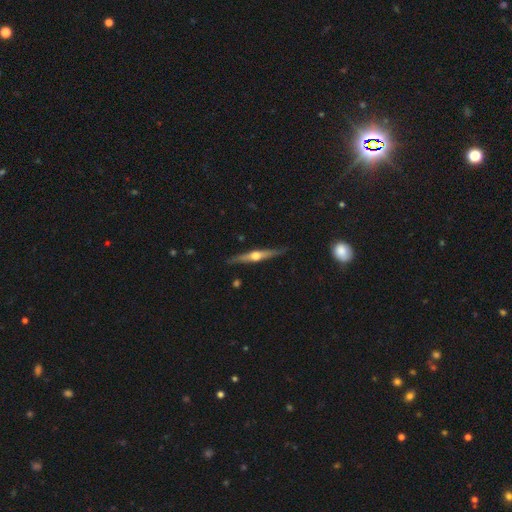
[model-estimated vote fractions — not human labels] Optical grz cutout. It shows a featured or disk galaxy (75%) viewed edge-on (98%) with a rounded central bulge (94%). Merging: none (88%).